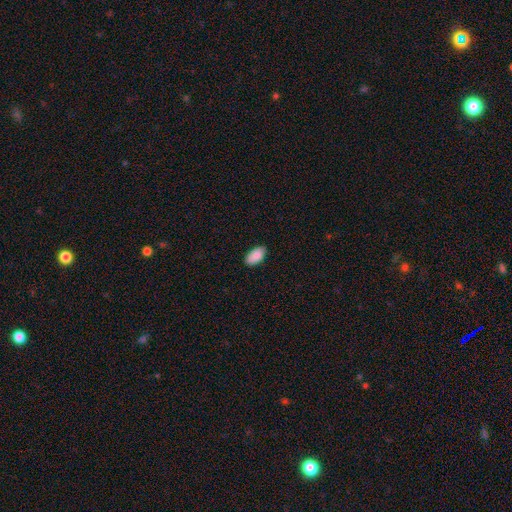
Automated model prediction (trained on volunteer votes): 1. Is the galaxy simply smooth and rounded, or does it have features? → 86% smooth, 8% featured or disk, 6% star or artifact.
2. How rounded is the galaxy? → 95% in between, 3% round, 2% cigar-shaped.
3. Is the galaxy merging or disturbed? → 85% none, 12% minor disturbance, 2% major disturbance, 1% merger.